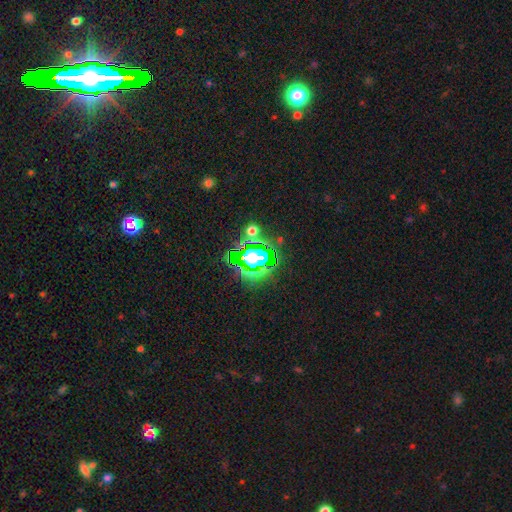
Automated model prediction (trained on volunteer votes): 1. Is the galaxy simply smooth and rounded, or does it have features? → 61% star or artifact, 24% smooth, 15% featured or disk.